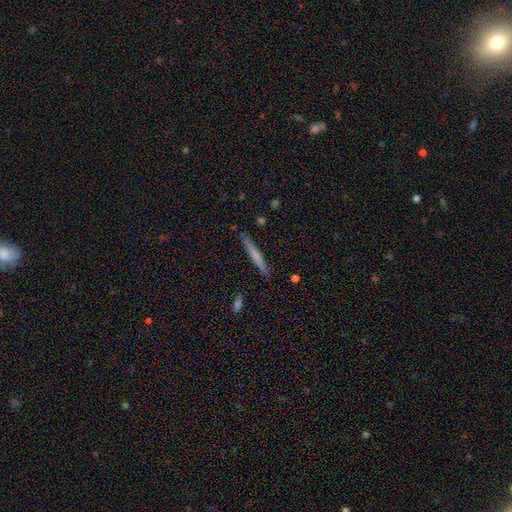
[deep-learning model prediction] A smooth galaxy with no disk features (58%) that is cigar-shaped (96%). Merging: none (89%).